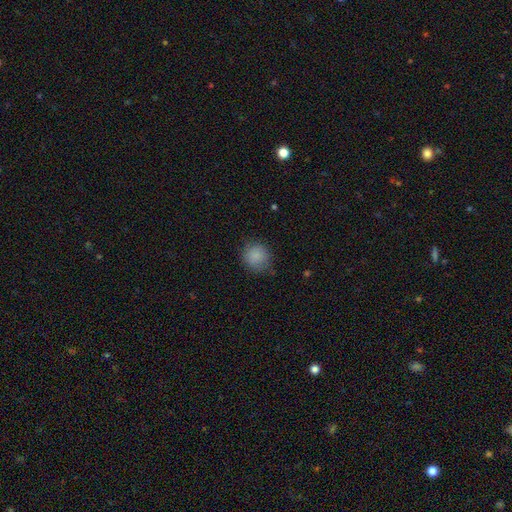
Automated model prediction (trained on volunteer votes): smooth 86%, star or artifact 9%, featured or disk 5%. Down the decision tree: how rounded — round (86%); merging — none (74%).